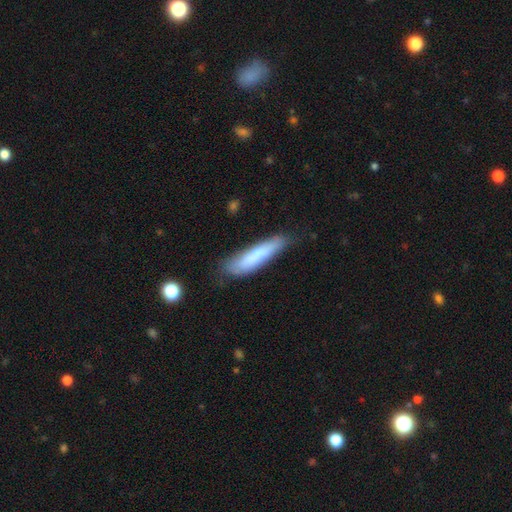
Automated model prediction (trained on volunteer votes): Overall: smooth (73%). How rounded: cigar-shaped (80%). Merging: none (71%).